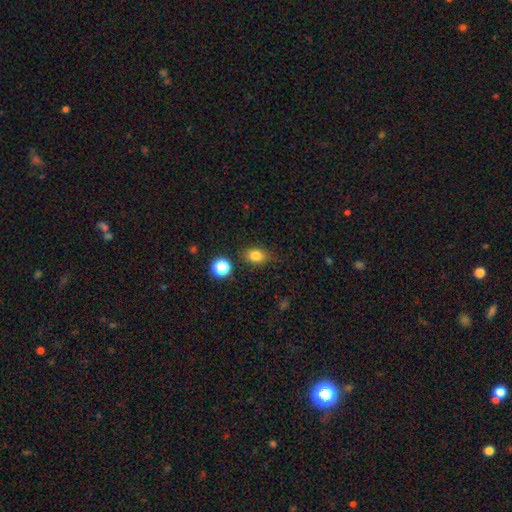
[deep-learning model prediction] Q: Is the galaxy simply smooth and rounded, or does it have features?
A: smooth — 82%.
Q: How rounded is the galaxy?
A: in between — 69%.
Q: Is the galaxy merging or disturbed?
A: none — 77%.